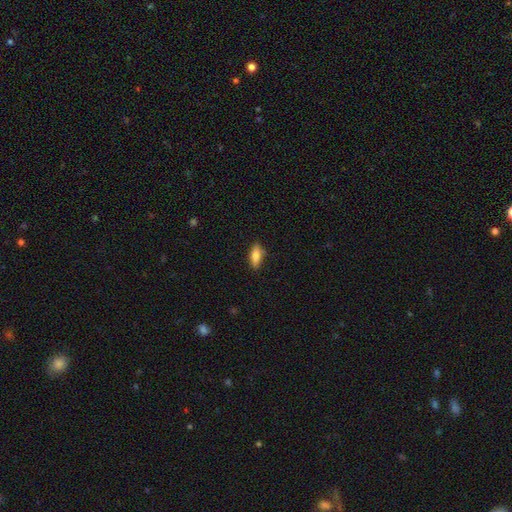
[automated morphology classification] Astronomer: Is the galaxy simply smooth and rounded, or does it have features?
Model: smooth — 74%.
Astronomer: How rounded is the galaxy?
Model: in between — 62%.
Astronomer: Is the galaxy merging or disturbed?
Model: none — 82%.